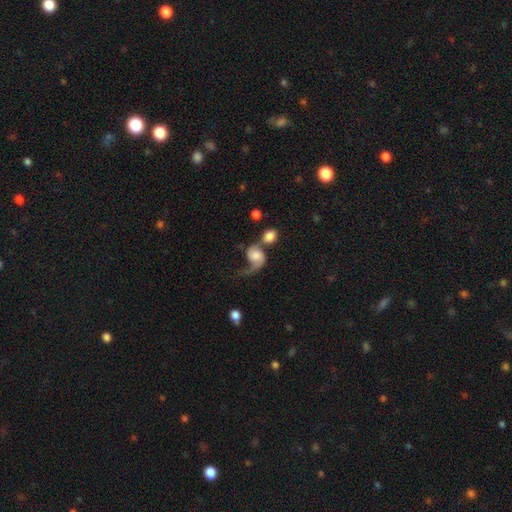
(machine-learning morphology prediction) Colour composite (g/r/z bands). It shows a featured or disk galaxy (50%). Merging: merger (39%).